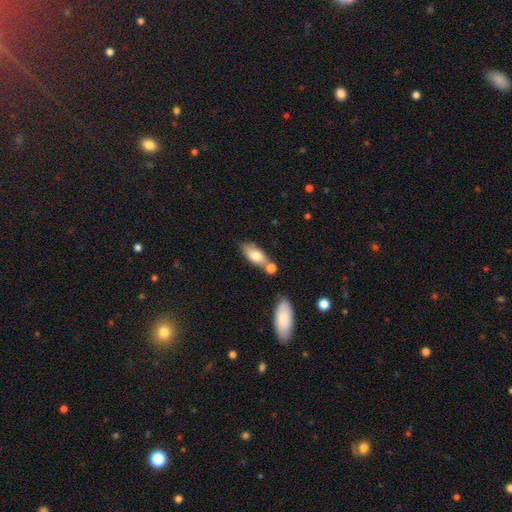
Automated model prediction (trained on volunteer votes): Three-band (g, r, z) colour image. It shows a smooth galaxy with no disk features (73%) that is in between round and cigar-shaped (79%). Merging: none (53%).